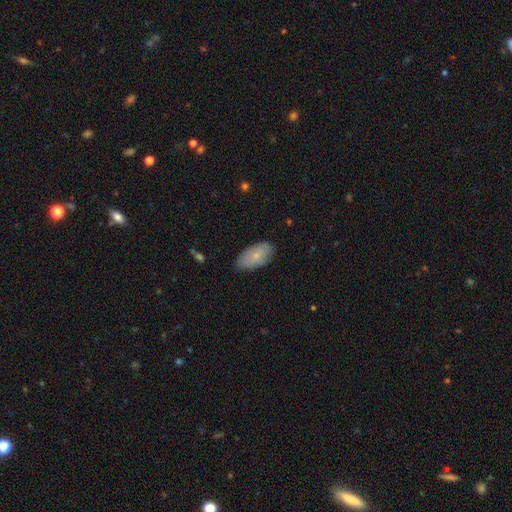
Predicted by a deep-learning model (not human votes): Morphology: type=smooth (68%); roundness=in between (92%); merging=none (79%).